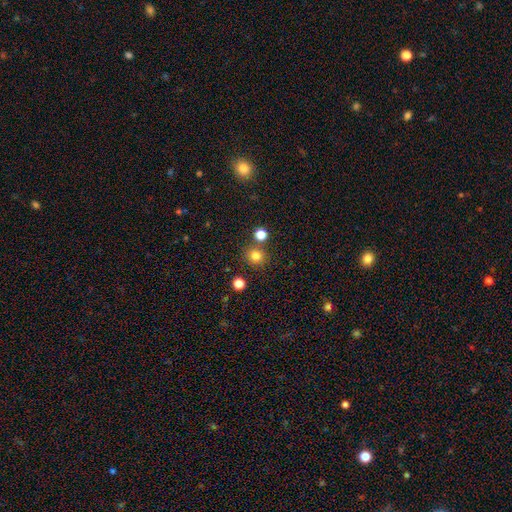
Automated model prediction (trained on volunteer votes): A smooth galaxy with no disk features (79%) that is round (91%).

Vote fractions:
- Smooth or featured? smooth: 79% / star or artifact: 15% / featured or disk: 6%
- How rounded? round: 91% / in between: 8% / cigar-shaped: 1%
- Merging? none: 79% / merger: 11% / minor disturbance: 8% / major disturbance: 3%